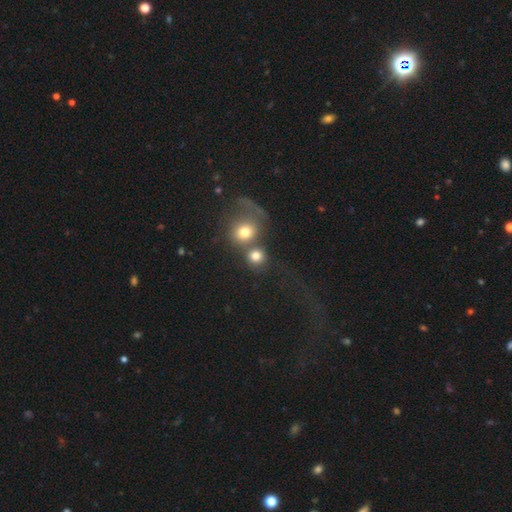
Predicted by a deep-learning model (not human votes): Smooth or featured? smooth (75%)
How rounded? round (85%)
Merging? merger (47%)